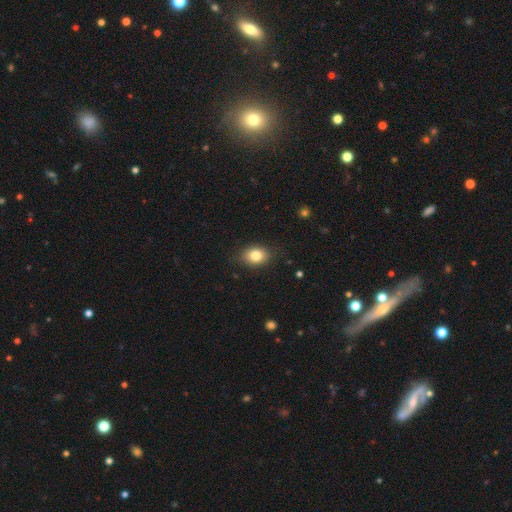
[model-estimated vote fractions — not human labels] This appears to be a smooth galaxy with no disk features (82%) that is in between round and cigar-shaped (64%). Merging: none (84%).